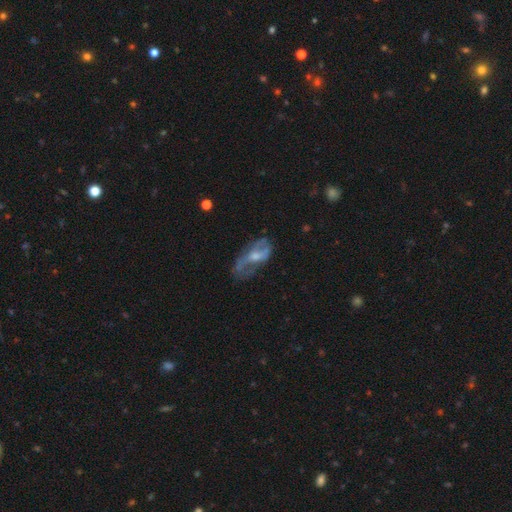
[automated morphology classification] A featured or disk galaxy (65%) with no bar (49%), spiral arms (57%) and a moderate central bulge (47%). Merging: none (47%).